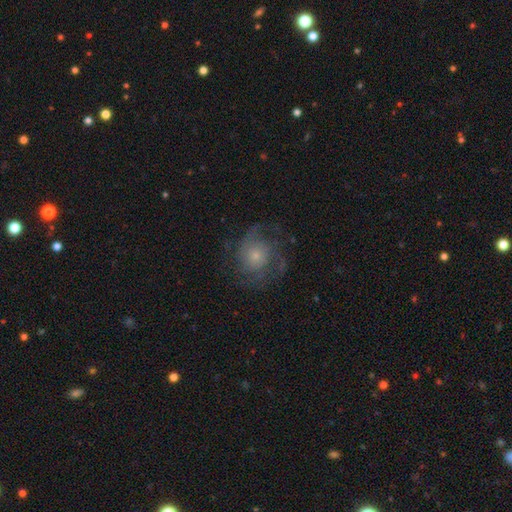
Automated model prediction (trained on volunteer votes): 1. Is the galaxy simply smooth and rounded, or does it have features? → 70% featured or disk, 22% smooth, 8% star or artifact.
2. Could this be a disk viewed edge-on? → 98% no, 2% yes.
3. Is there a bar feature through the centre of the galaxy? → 80% no, 18% weak, 2% strong.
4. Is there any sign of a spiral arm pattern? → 89% yes, 11% no.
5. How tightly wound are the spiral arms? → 43% medium, 37% tight, 19% loose.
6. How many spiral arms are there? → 30% 2, 28% can't tell, 23% 3, 8% 4, 6% 1, 5% more than 4.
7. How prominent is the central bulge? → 57% small, 33% moderate, 5% large, 4% none, 1% dominant.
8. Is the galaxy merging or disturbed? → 66% none, 17% minor disturbance, 16% major disturbance, 1% merger.